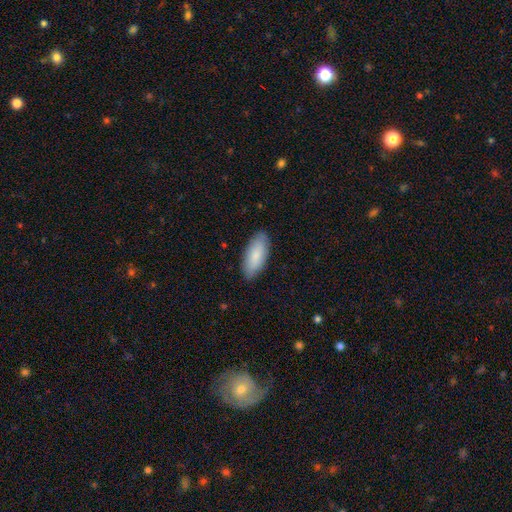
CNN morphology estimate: Overall: smooth (85%). How rounded: in between (84%). Merging: none (87%).